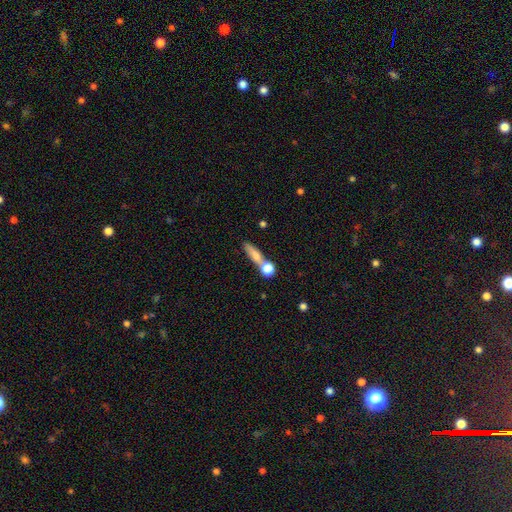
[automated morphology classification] A smooth galaxy with no disk features (72%) that is cigar-shaped (53%).

Vote fractions:
- Smooth or featured? smooth: 72% / featured or disk: 19% / star or artifact: 10%
- How rounded? cigar-shaped: 53% / in between: 33% / round: 14%
- Merging? none: 52% / merger: 29% / minor disturbance: 12% / major disturbance: 6%